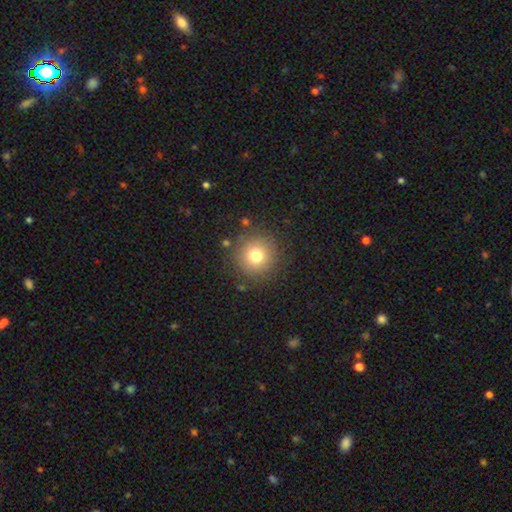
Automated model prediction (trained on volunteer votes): The model was most divided on "smooth or featured": smooth: 75%, star or artifact: 13%, featured or disk: 12%. More confident: how rounded — round (95%); merging — none (86%).